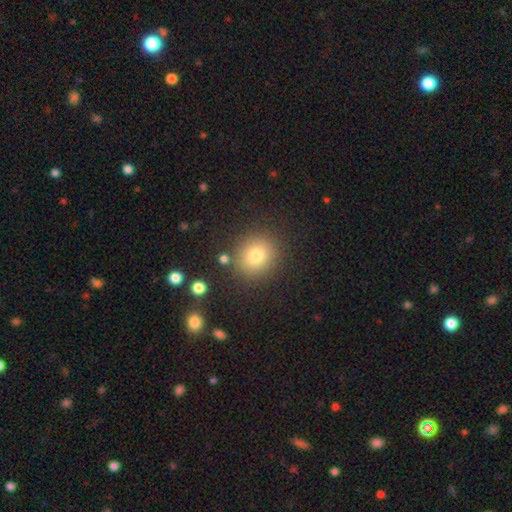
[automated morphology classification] The model was most divided on "smooth or featured": smooth: 77%, star or artifact: 13%, featured or disk: 9%. More confident: merging — none (85%); how rounded — round (82%).